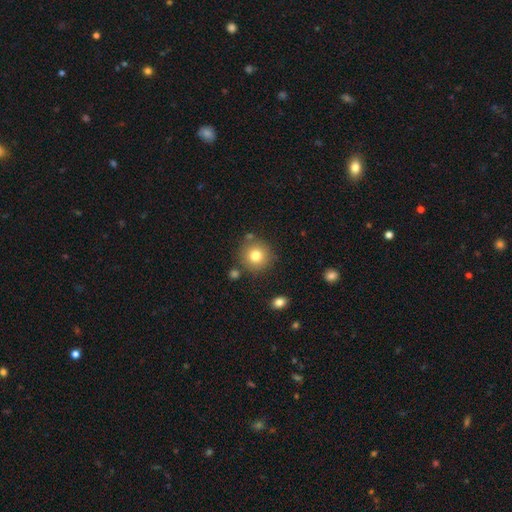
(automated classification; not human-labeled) The model was most divided on "smooth or featured": smooth: 79%, star or artifact: 11%, featured or disk: 10%. More confident: how rounded — round (93%); merging — none (82%).